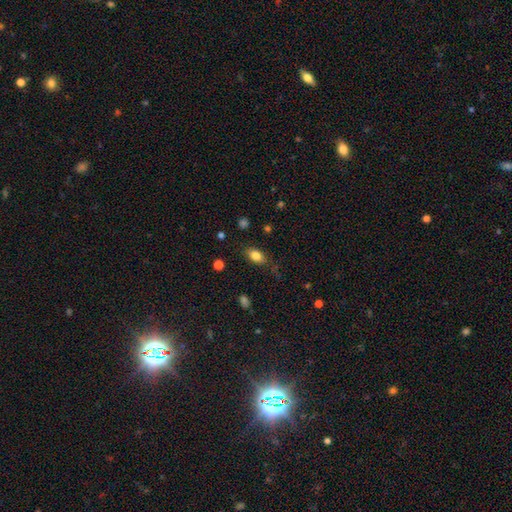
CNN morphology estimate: Smooth or featured: smooth — 82% (star or artifact — 9%)
How rounded: in between — 87% (round — 9%)
Merging: none — 78% (minor disturbance — 16%)